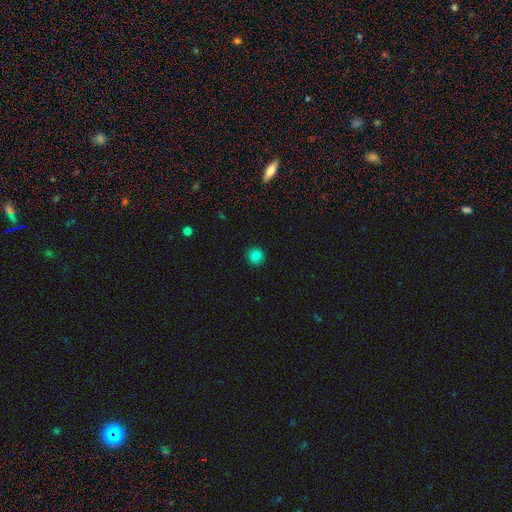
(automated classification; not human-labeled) Smooth or featured: smooth — 83% (star or artifact — 12%)
How rounded: round — 93% (in between — 6%)
Merging: none — 92% (minor disturbance — 5%)